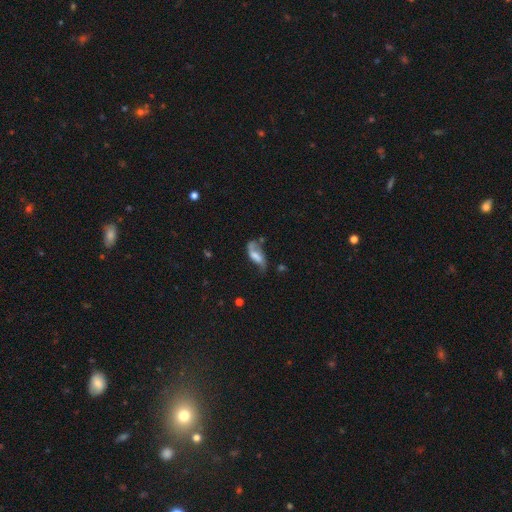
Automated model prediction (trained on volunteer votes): Smooth or featured: featured or disk — 47% (smooth — 43%)
Merging: none — 36% (minor disturbance — 28%)